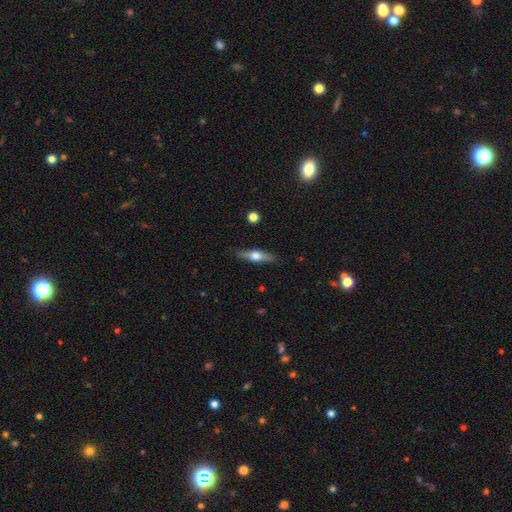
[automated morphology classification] A featured or disk galaxy (56%) viewed edge-on (93%) with a rounded central bulge (94%). Merging: none (86%).